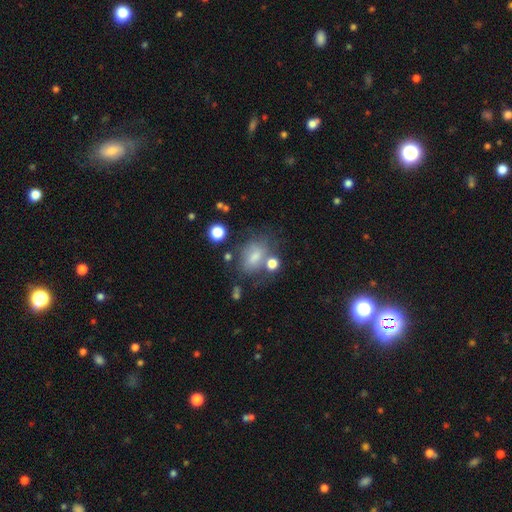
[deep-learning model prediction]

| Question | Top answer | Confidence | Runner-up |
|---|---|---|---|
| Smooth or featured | smooth | 57% | featured or disk (26%) |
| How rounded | in between | 70% | round (27%) |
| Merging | none | 52% | minor disturbance (20%) |